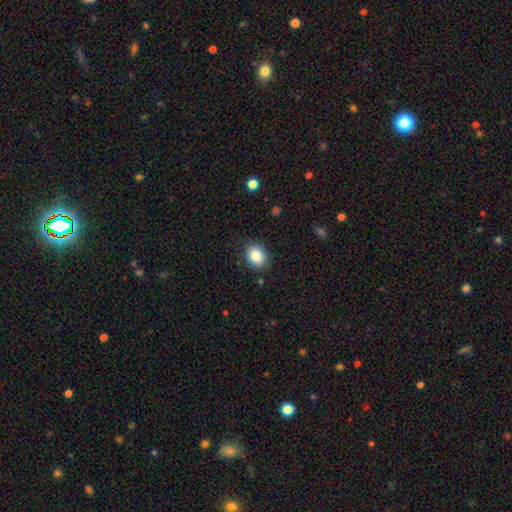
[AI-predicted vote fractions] A smooth galaxy with no disk features (84%) that is in between round and cigar-shaped (56%).

Vote fractions:
- Smooth or featured? smooth: 84% / star or artifact: 9% / featured or disk: 7%
- How rounded? in between: 56% / round: 43% / cigar-shaped: 1%
- Merging? none: 87% / minor disturbance: 9% / major disturbance: 2% / merger: 1%